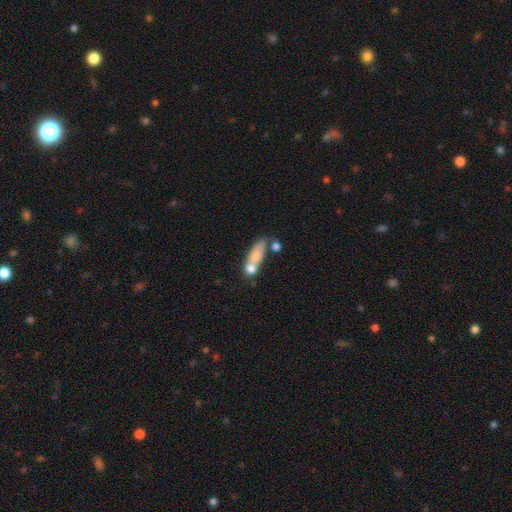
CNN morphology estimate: The model was most divided on "merging": merger: 42%, none: 32%, minor disturbance: 15%, major disturbance: 11%. More confident: smooth or featured — smooth (67%); how rounded — in between (51%).